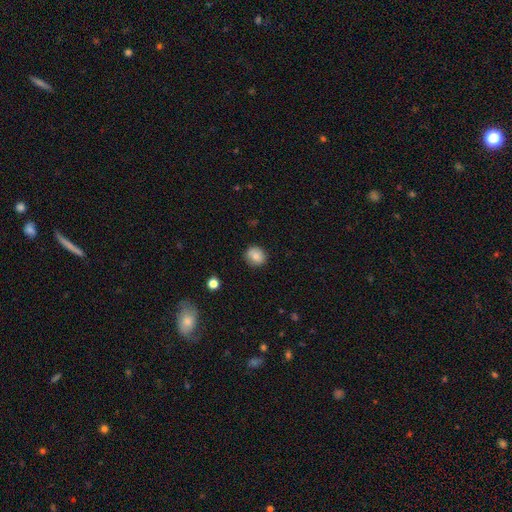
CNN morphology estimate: This is clearly a smooth galaxy (81%). How rounded: likely round (79%). Merging: clearly none (84%).